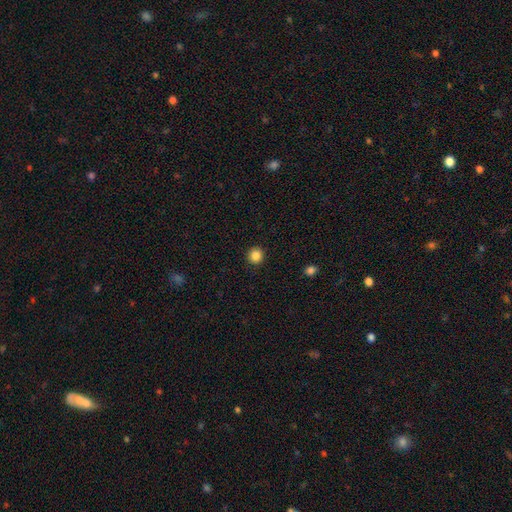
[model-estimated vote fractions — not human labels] smooth-or-featured: smooth: 86% | star or artifact: 10% | featured or disk: 3%
  how-rounded: round: 93% | in between: 6% | cigar-shaped: 1%
  merging: none: 93% | minor disturbance: 5% | major disturbance: 2% | merger: 1%